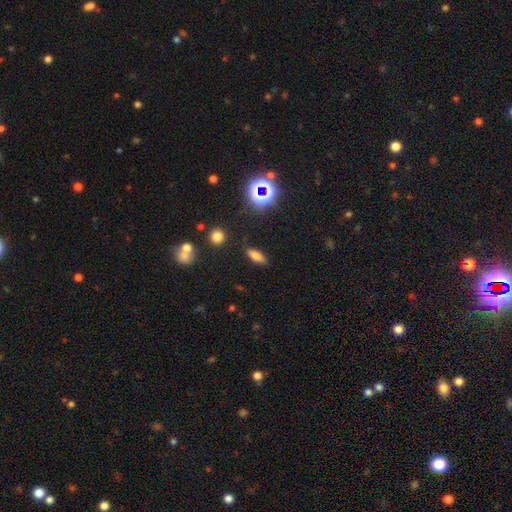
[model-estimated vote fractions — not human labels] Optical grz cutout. It shows a smooth galaxy with no disk features (72%) that is in between round and cigar-shaped (71%). Merging: none (84%).